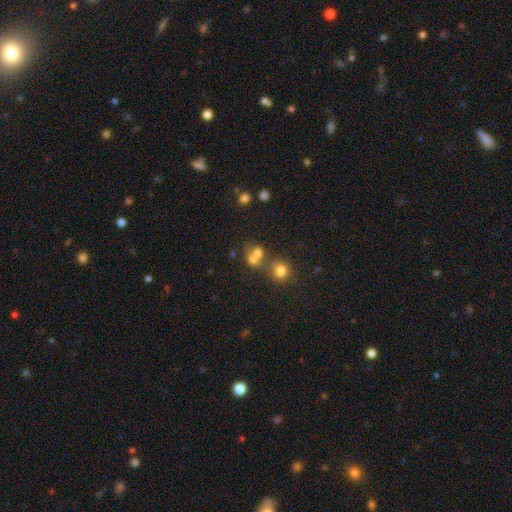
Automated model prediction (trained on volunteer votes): Smooth or featured: smooth — 66% (star or artifact — 18%)
How rounded: round — 71% (in between — 28%)
Merging: merger — 53% (none — 34%)